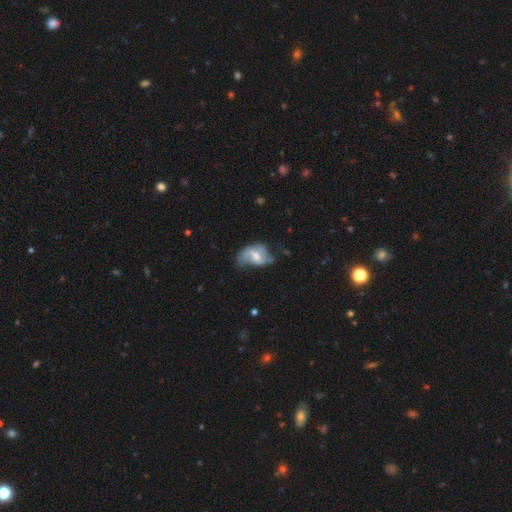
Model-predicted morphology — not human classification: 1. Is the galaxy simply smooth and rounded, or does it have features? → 70% featured or disk, 24% smooth, 7% star or artifact.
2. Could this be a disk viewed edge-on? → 96% no, 4% yes.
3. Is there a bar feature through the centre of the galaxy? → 50% weak, 29% no, 22% strong.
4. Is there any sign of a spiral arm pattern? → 83% yes, 17% no.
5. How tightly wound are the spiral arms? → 49% loose, 37% medium, 14% tight.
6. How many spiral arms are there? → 70% 2, 13% can't tell, 7% 3, 6% 1, 2% 4, 2% more than 4.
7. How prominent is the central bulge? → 55% moderate, 37% small, 4% large, 3% none, 1% dominant.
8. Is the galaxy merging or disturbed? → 42% none, 31% minor disturbance, 23% major disturbance, 3% merger.